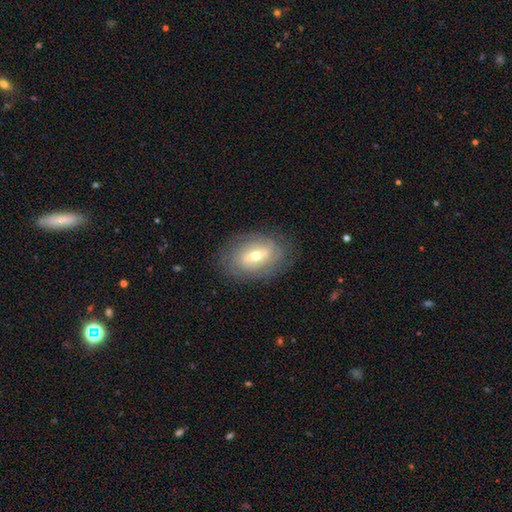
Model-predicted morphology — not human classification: type=featured or disk (68%); edge-on=no (92%); bar=weak (44%); spiral arms=yes (71%); bulge=moderate (59%); merging=none (80%).